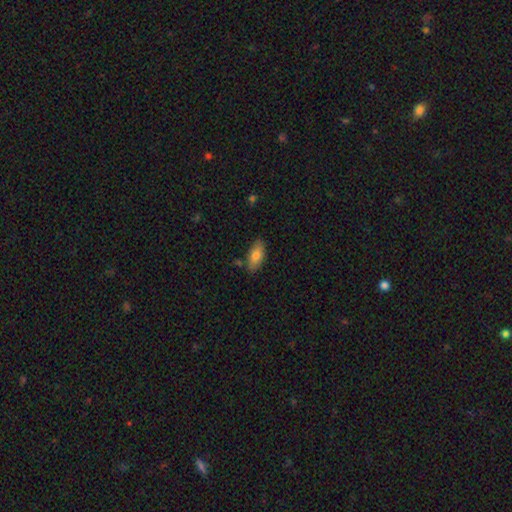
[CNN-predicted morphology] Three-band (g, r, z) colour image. It shows a smooth galaxy with no disk features (78%) that is in between round and cigar-shaped (89%). Merging: none (81%).